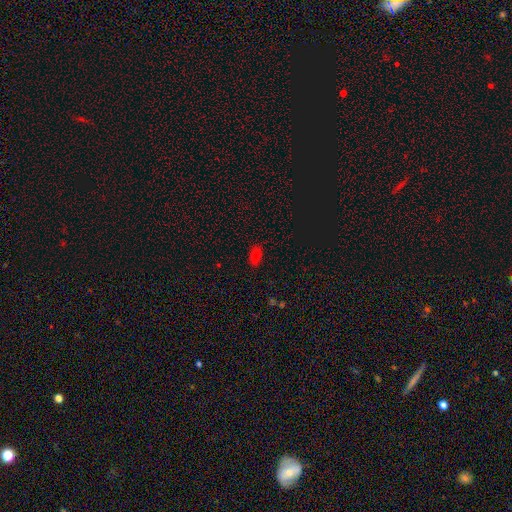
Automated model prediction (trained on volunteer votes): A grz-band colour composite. It shows a smooth galaxy with no disk features (75%) that is in between round and cigar-shaped (88%). Merging: none (85%).